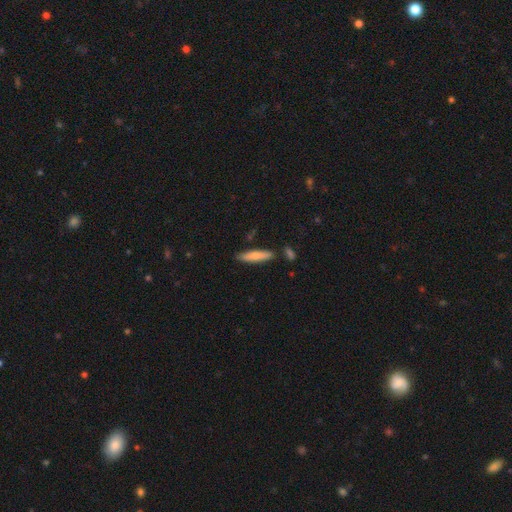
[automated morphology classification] This is likely a smooth galaxy (77%). How rounded: clearly cigar-shaped (82%). Merging: clearly none (81%).